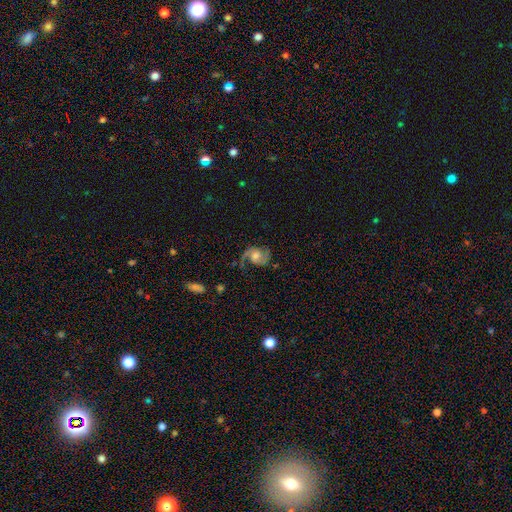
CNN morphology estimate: Smooth or featured: featured or disk — 85% (smooth — 9%)
Edge-on disk: no — 98% (yes — 2%)
Bar: no — 66% (weak — 29%)
Spiral arms: yes — 97% (no — 3%)
Spiral winding: medium — 53% (loose — 28%)
Spiral arm count: 2 — 90% (1 — 5%)
Bulge size: moderate — 60% (small — 20%)
Merging: none — 71% (minor disturbance — 17%)